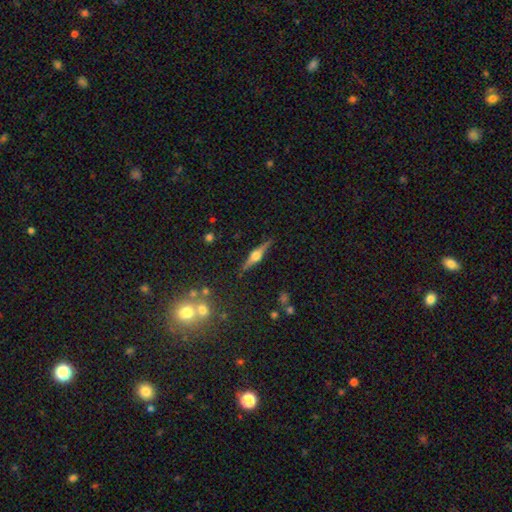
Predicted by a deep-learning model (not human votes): smooth-or-featured: featured or disk: 75% | smooth: 18% | star or artifact: 7%
  disk-edge-on: yes: 97% | no: 3%
    edge-on-bulge: rounded: 93% | boxy: 5% | none: 2%
  merging: none: 88% | minor disturbance: 8% | major disturbance: 2% | merger: 2%